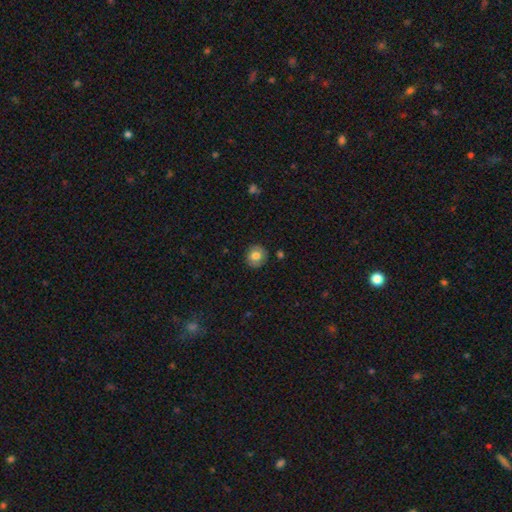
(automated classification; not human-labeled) Overall: smooth (77%). How rounded: round (87%). Merging: none (86%).